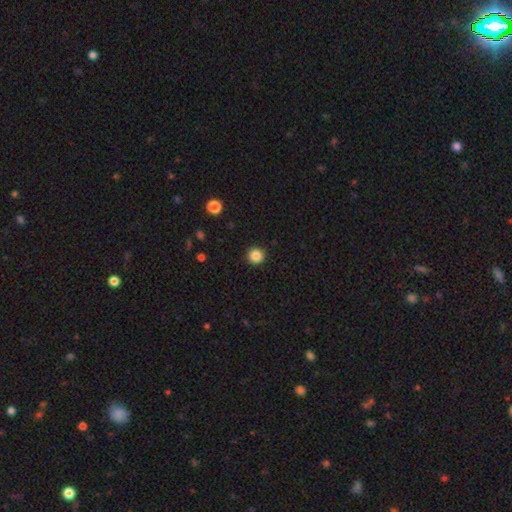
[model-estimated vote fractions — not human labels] Q: Smooth or featured?
A: smooth (86%); runner-up: star or artifact (11%)
Q: How rounded?
A: round (95%); runner-up: in between (4%)
Q: Merging?
A: none (93%); runner-up: minor disturbance (5%)